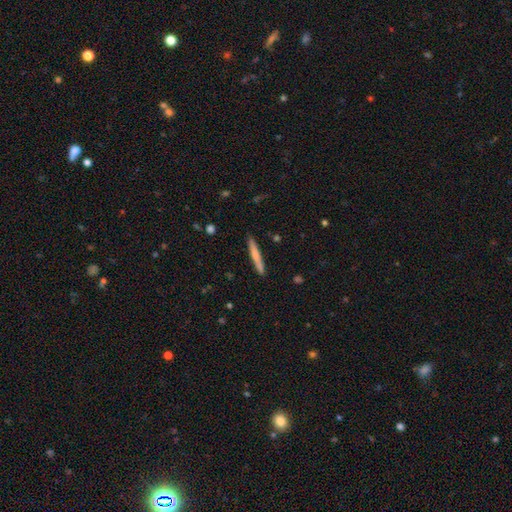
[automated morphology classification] A smooth galaxy with no disk features (65%) that is cigar-shaped (96%).

Vote fractions:
- Smooth or featured? smooth: 65% / featured or disk: 29% / star or artifact: 6%
- How rounded? cigar-shaped: 96% / in between: 3% / round: 1%
- Merging? none: 90% / minor disturbance: 8% / major disturbance: 1% / merger: 1%